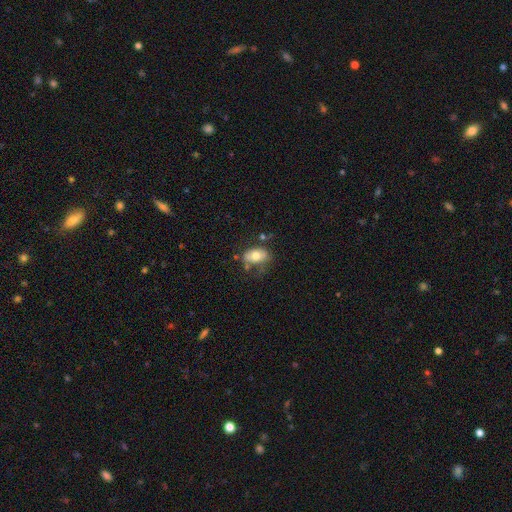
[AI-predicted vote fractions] This is likely a smooth galaxy (70%). How rounded: clearly in between (87%). Merging: possibly none (56%).